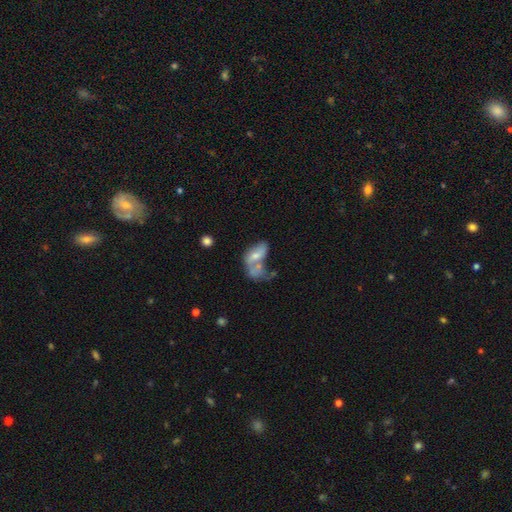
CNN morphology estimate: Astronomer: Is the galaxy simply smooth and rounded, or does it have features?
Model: smooth — 51% (runner-up: featured or disk, 40%).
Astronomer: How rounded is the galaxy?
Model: in between — 87%.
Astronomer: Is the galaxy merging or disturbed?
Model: merger — 57%.